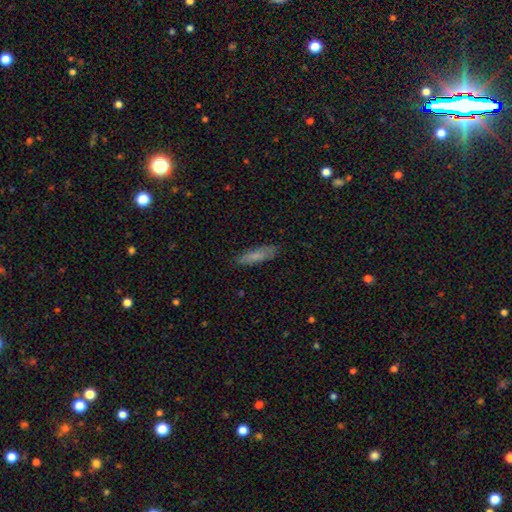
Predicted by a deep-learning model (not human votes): Overall: smooth (73%). How rounded: cigar-shaped (72%). Merging: none (84%).